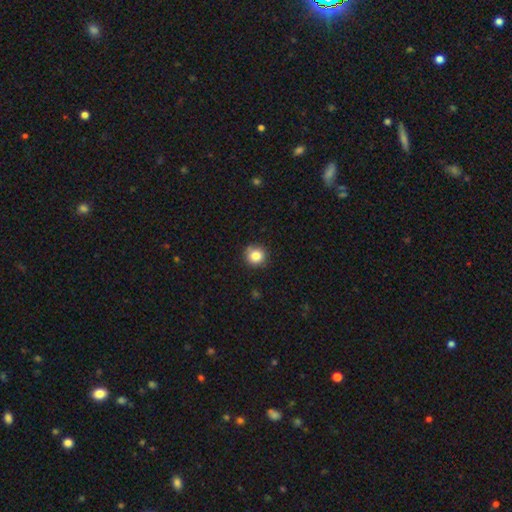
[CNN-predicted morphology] Overall: smooth (84%). How rounded: round (93%). Merging: none (86%).